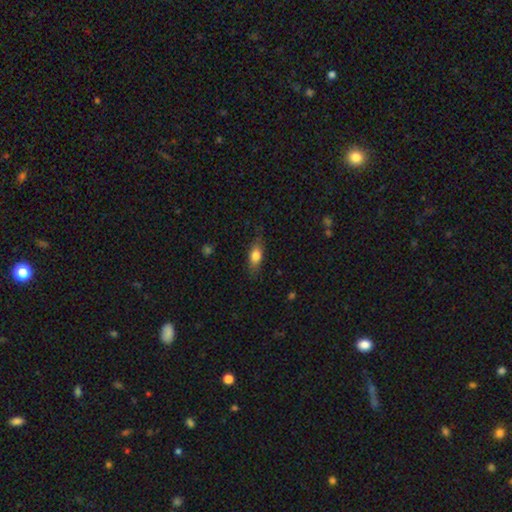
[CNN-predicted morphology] smooth-or-featured: smooth: 75% | featured or disk: 17% | star or artifact: 7%
  how-rounded: in between: 74% | cigar-shaped: 20% | round: 6%
  merging: none: 77% | minor disturbance: 17% | major disturbance: 4% | merger: 1%